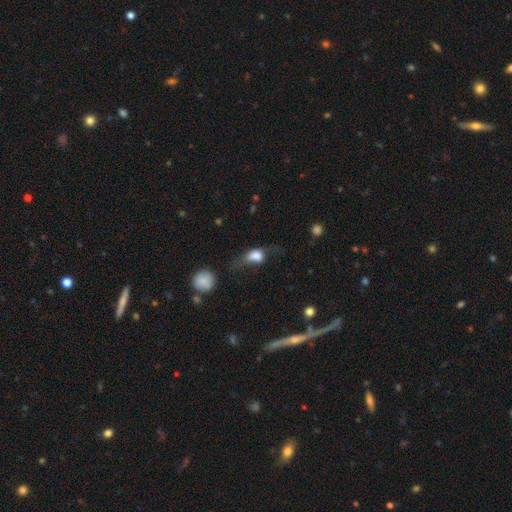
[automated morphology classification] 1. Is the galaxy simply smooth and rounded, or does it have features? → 70% smooth, 20% featured or disk, 10% star or artifact.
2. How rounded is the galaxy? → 59% in between, 35% round, 6% cigar-shaped.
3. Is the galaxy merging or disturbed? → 41% major disturbance, 30% none, 24% minor disturbance, 5% merger.